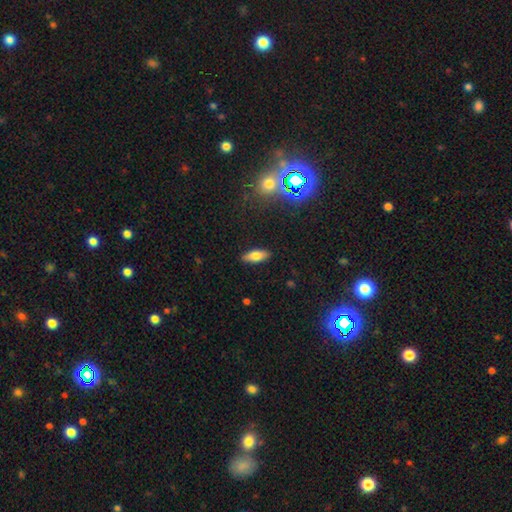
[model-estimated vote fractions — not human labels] Smooth or featured? smooth (74%)
How rounded? in between (77%)
Merging? none (89%)